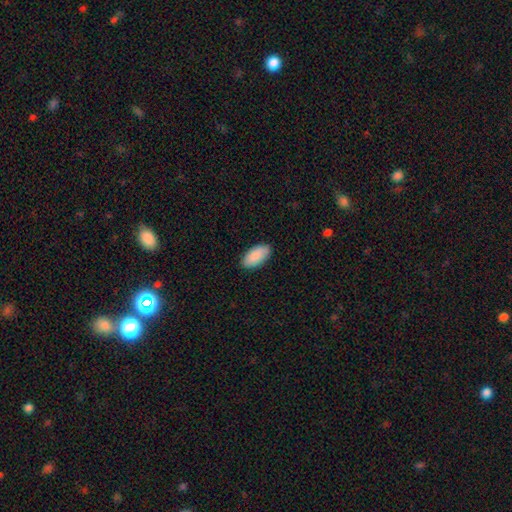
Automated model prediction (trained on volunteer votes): smooth-or-featured: smooth: 90% | star or artifact: 5% | featured or disk: 4%
  how-rounded: in between: 94% | cigar-shaped: 4% | round: 2%
  merging: none: 89% | minor disturbance: 8% | major disturbance: 2% | merger: 1%